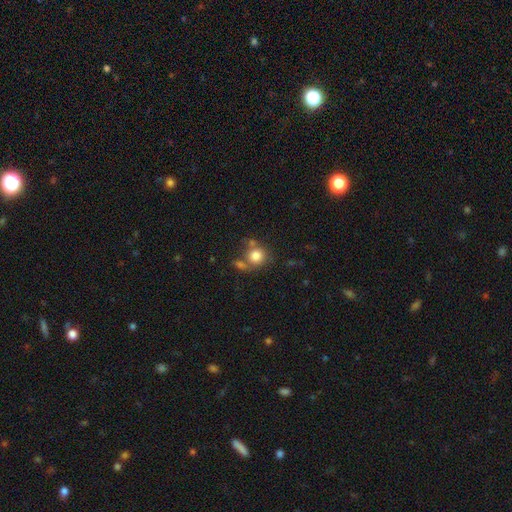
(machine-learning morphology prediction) Smooth or featured?
  - smooth: 81% *
  - star or artifact: 10%
  - featured or disk: 9%
How rounded?
  - round: 86% *
  - in between: 13%
  - cigar-shaped: 1%
Merging?
  - none: 56% *
  - merger: 24%
  - minor disturbance: 13%
  - major disturbance: 6%